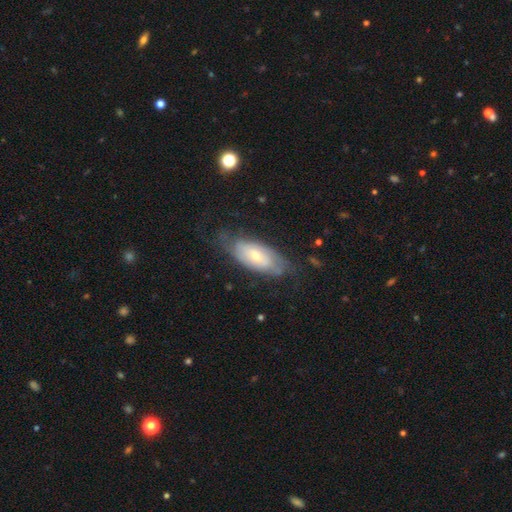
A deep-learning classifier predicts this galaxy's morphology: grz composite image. It shows a featured or disk galaxy (56%). Merging: none (63%).